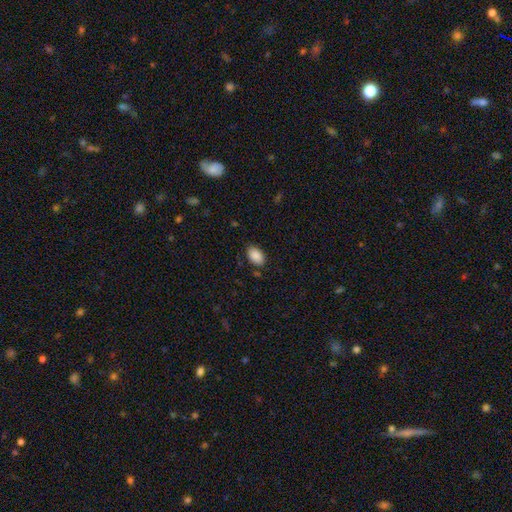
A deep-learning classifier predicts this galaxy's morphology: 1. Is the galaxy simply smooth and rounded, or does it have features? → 89% smooth, 7% star or artifact, 4% featured or disk.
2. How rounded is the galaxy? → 90% in between, 9% round, 1% cigar-shaped.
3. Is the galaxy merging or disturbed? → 83% none, 13% minor disturbance, 3% major disturbance, 1% merger.